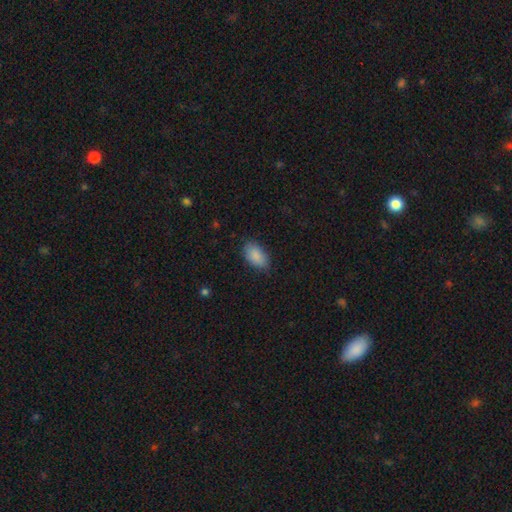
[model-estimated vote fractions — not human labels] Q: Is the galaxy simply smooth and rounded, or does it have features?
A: smooth — 89%.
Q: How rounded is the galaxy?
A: in between — 94%.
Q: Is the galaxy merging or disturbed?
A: none — 82%.